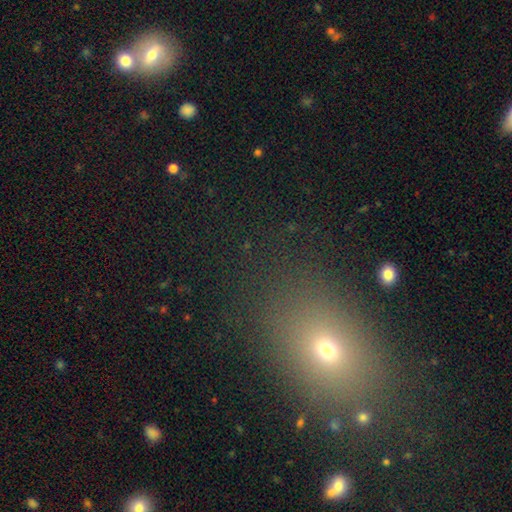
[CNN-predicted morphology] Q: Smooth or featured?
A: smooth (54%); runner-up: star or artifact (33%)
Q: How rounded?
A: in between (60%); runner-up: round (37%)
Q: Merging?
A: none (81%); runner-up: minor disturbance (9%)